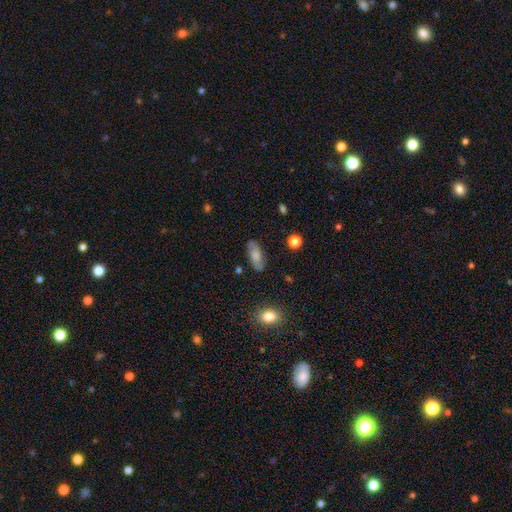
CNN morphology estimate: Smooth or featured: smooth — 59% (featured or disk — 33%)
How rounded: in between — 85% (cigar-shaped — 12%)
Merging: none — 79% (minor disturbance — 15%)